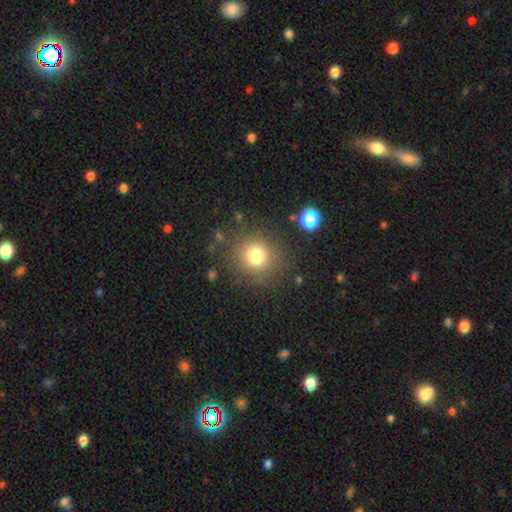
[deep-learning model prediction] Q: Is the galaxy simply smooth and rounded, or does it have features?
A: smooth — 76%.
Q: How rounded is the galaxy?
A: round — 90%.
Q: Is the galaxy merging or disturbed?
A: none — 84%.